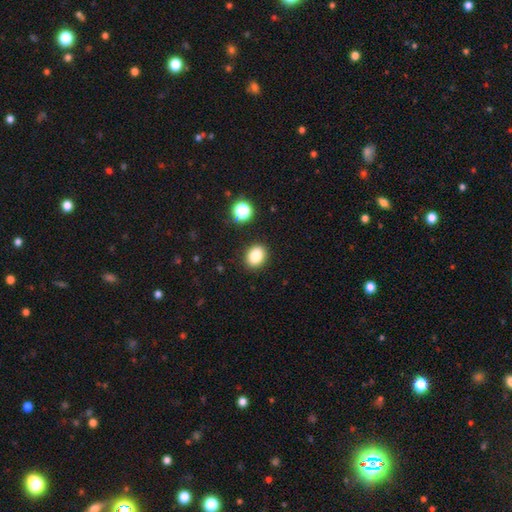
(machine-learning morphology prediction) A smooth galaxy with no disk features (84%) that is in between round and cigar-shaped (53%). Merging: none (89%).